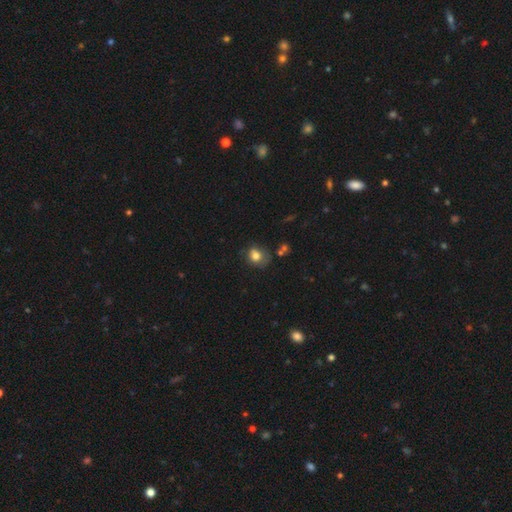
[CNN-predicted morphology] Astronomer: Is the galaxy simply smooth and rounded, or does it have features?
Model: smooth — 77%.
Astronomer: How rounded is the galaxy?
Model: round — 58% (runner-up: in between, 41%).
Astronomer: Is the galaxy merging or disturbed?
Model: none — 53%.